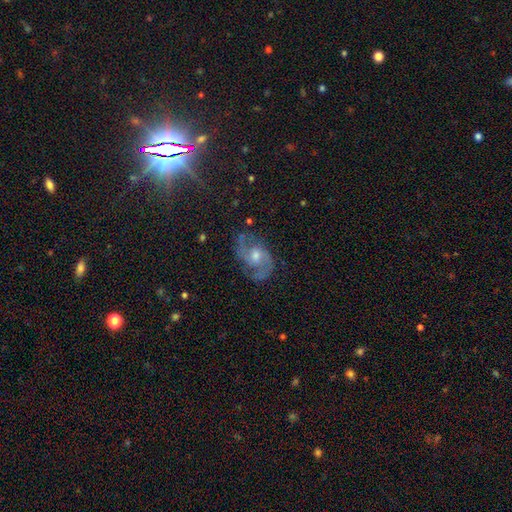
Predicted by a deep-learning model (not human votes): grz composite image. It shows a featured or disk galaxy (81%) with no bar (56%), 2 (77%) medium (54%) spiral arms (95%) and a moderate central bulge (64%). Merging: none (72%).